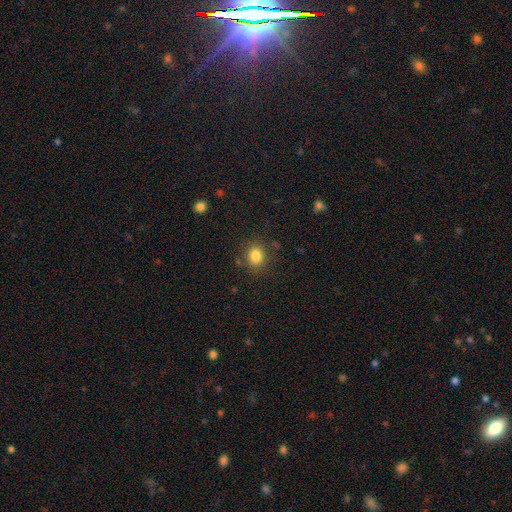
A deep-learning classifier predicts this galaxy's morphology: This appears to be a smooth galaxy with no disk features (83%) that is round (56%). Merging: none (82%).